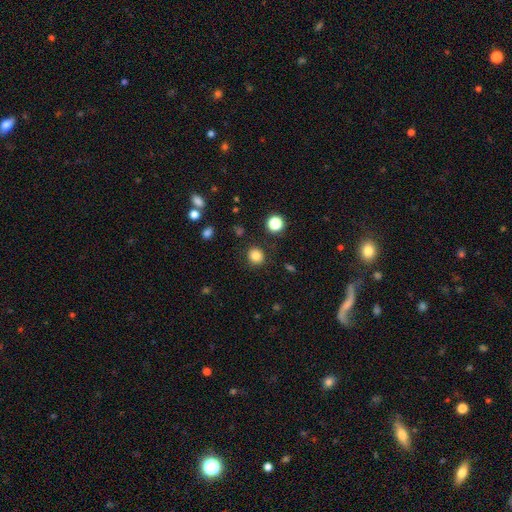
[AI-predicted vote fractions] smooth 83%, star or artifact 12%, featured or disk 5%. Down the decision tree: how rounded — round (85%); merging — none (88%).